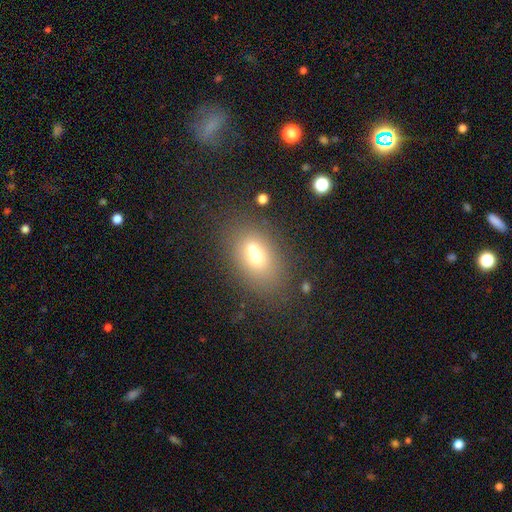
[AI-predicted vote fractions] smooth 62%, featured or disk 25%, star or artifact 13%. Down the decision tree: how rounded — in between (70%); merging — merger (47%).